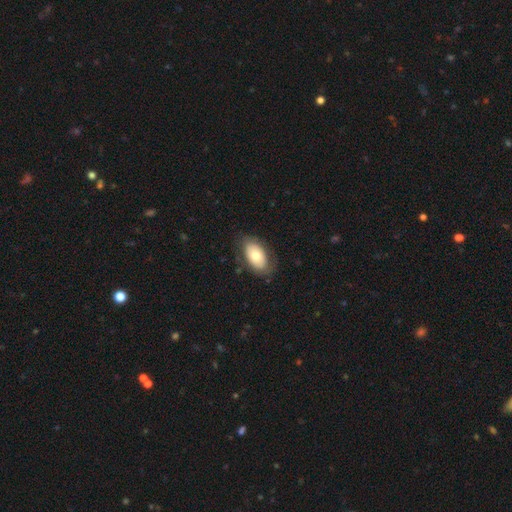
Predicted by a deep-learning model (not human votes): Morphology: type=smooth (70%); roundness=in between (94%); merging=none (77%).